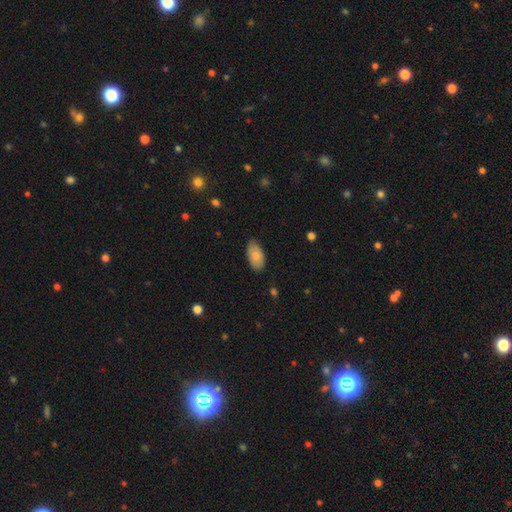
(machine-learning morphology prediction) This appears to be a smooth galaxy with no disk features (82%) that is in between round and cigar-shaped (95%). Merging: none (83%).